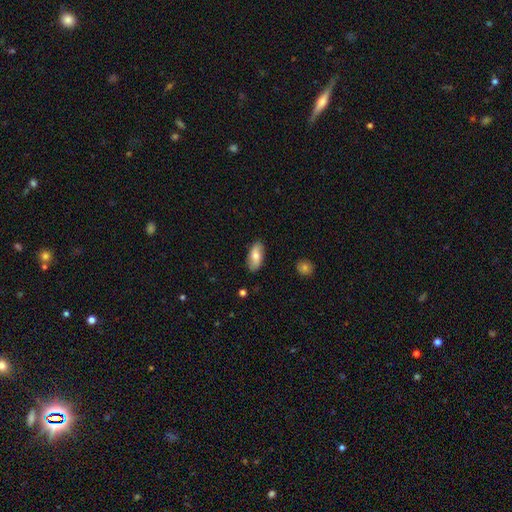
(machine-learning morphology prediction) A smooth galaxy with no disk features (71%) that is in between round and cigar-shaped (88%).

Vote fractions:
- Smooth or featured? smooth: 71% / featured or disk: 23% / star or artifact: 6%
- How rounded? in between: 88% / cigar-shaped: 9% / round: 3%
- Merging? none: 86% / minor disturbance: 11% / major disturbance: 2% / merger: 1%